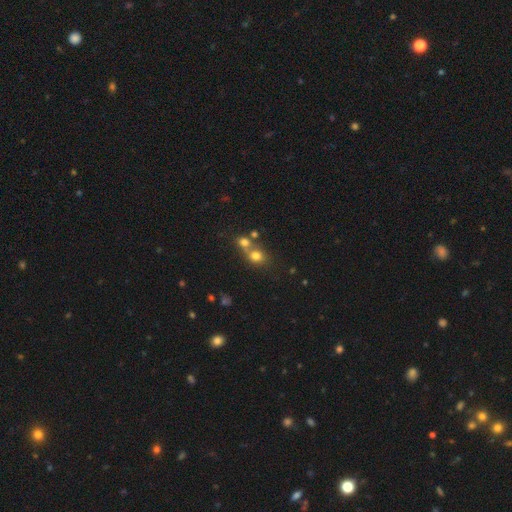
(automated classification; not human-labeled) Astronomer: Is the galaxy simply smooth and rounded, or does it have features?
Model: smooth — 73%.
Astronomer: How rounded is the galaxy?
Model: round — 77%.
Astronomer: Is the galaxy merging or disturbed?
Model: merger — 50% (runner-up: none, 39%).